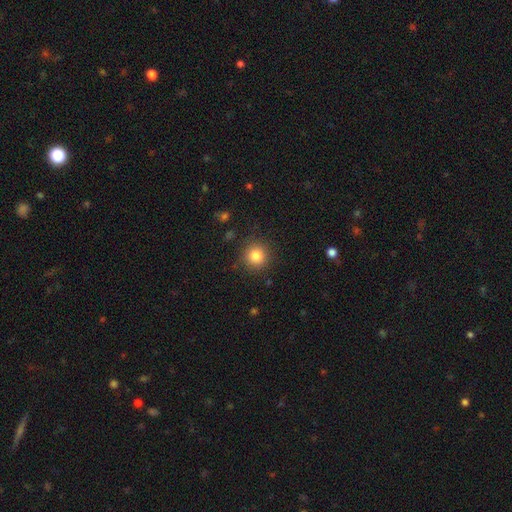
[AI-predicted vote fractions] This is clearly a smooth galaxy (83%). How rounded: clearly round (94%). Merging: clearly none (88%).